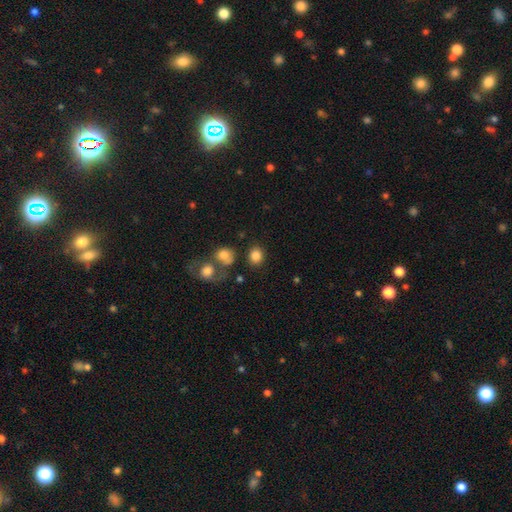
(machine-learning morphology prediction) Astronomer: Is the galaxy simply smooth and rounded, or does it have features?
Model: smooth — 83%.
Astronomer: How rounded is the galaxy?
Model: round — 68%.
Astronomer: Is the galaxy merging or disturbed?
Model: none — 73%.